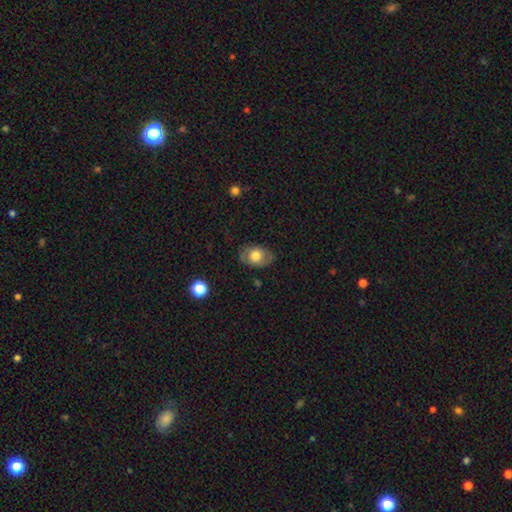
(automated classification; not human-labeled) Smooth or featured: smooth — 66% (featured or disk — 26%)
How rounded: in between — 76% (round — 23%)
Merging: none — 79% (minor disturbance — 16%)